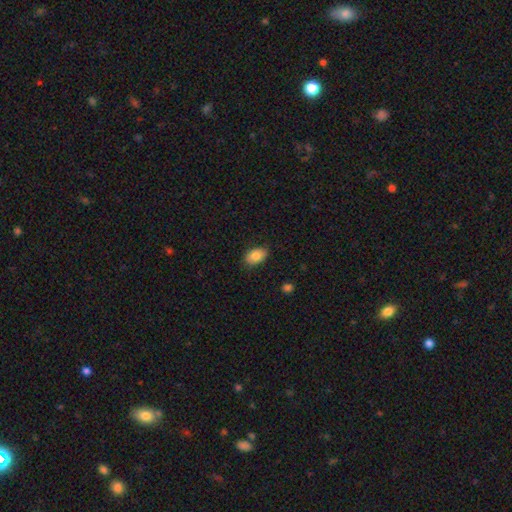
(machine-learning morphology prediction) Q: Smooth or featured?
A: smooth (83%); runner-up: featured or disk (10%)
Q: How rounded?
A: in between (88%); runner-up: round (11%)
Q: Merging?
A: none (82%); runner-up: minor disturbance (14%)